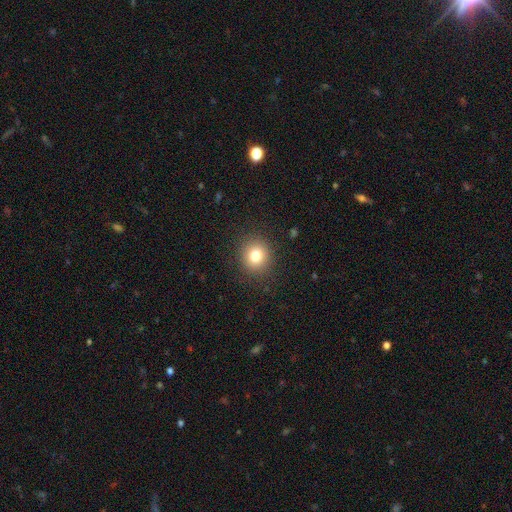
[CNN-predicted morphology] smooth_or_featured: smooth (p=0.79) [alt: star or artifact p=0.13]
how_rounded: round (p=0.87) [alt: in between p=0.12]
merging: none (p=0.90) [alt: minor disturbance p=0.07]